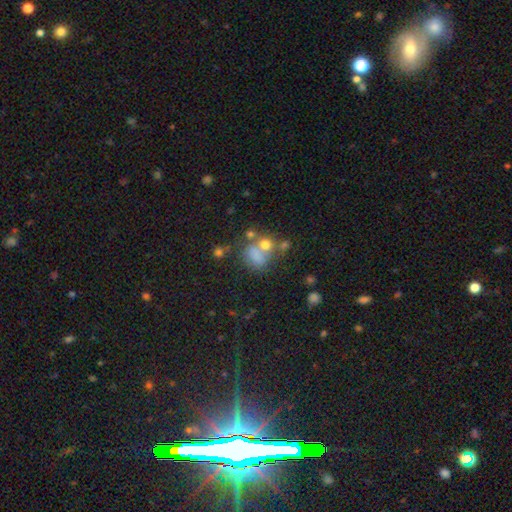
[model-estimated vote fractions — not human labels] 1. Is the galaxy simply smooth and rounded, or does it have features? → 64% smooth, 19% featured or disk, 18% star or artifact.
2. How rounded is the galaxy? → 58% round, 41% in between, 1% cigar-shaped.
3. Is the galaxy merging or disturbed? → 36% none, 33% merger, 16% minor disturbance, 15% major disturbance.